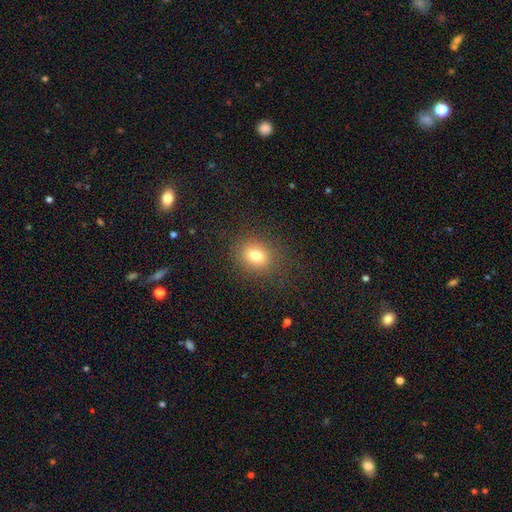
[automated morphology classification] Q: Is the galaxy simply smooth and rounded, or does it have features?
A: smooth — 77%.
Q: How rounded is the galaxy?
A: round — 60%.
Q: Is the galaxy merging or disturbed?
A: none — 85%.